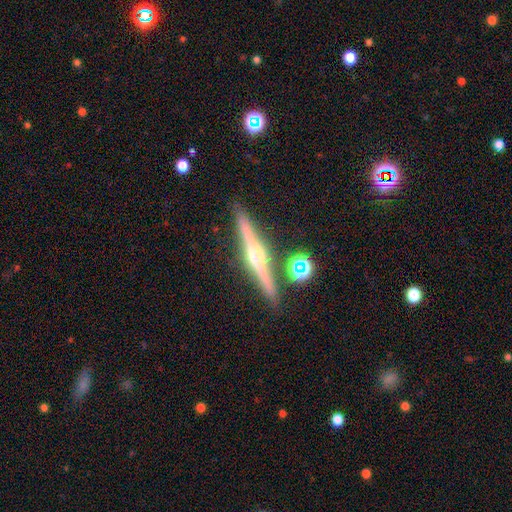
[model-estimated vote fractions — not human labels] featured or disk 81%, smooth 11%, star or artifact 7%. Down the decision tree: edge-on disk — yes (98%); edge-on bulge — rounded (91%); merging — none (87%).